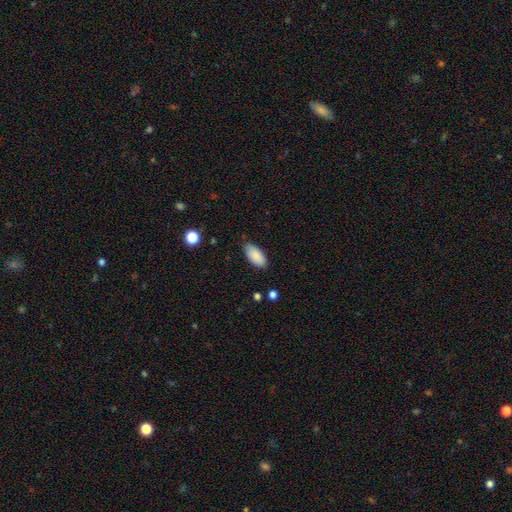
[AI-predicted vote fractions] Morphology: type=smooth (88%); roundness=in between (93%); merging=none (82%).